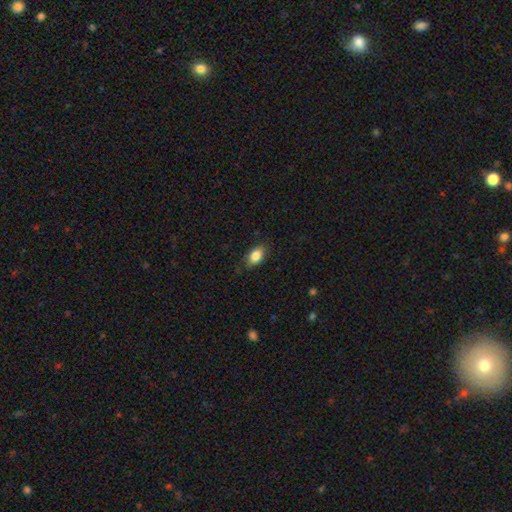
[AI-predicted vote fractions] The model was most divided on "merging": none: 83%, minor disturbance: 13%, major disturbance: 3%, merger: 1%. More confident: how rounded — in between (89%); smooth or featured — smooth (85%).